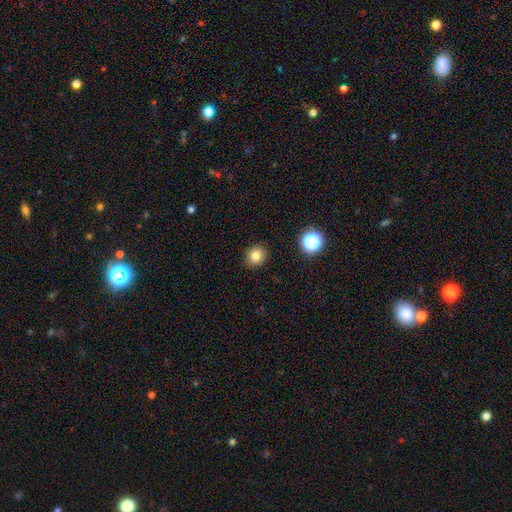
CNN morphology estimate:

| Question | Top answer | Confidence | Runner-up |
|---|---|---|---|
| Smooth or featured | smooth | 81% | star or artifact (13%) |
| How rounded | round | 78% | in between (22%) |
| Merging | none | 90% | minor disturbance (7%) |